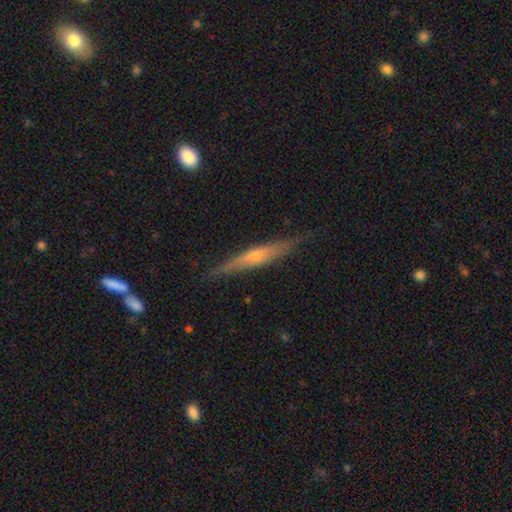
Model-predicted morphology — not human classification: type=featured or disk (61%); edge-on=yes (95%); edge-on bulge=rounded (61%); merging=none (85%).